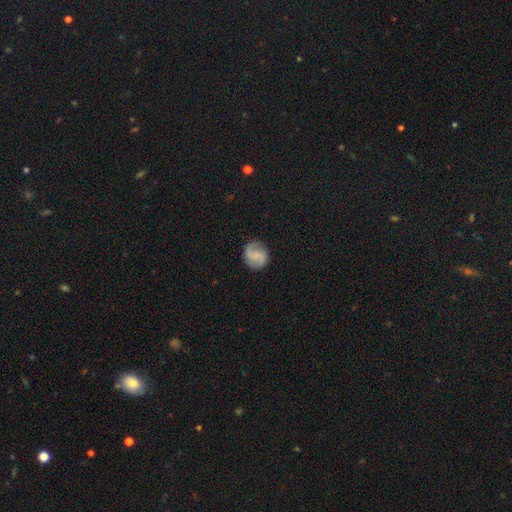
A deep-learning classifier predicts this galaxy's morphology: A featured or disk galaxy (67%) with no bar (45%), 2 (90%) medium (49%) spiral arms (94%) and no central bulge (44%). Merging: none (84%).